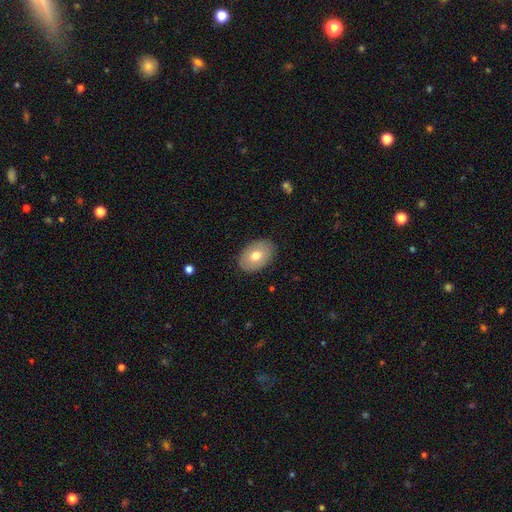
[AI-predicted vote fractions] This appears to be a smooth galaxy with no disk features (69%) that is in between round and cigar-shaped (83%). Merging: none (88%).